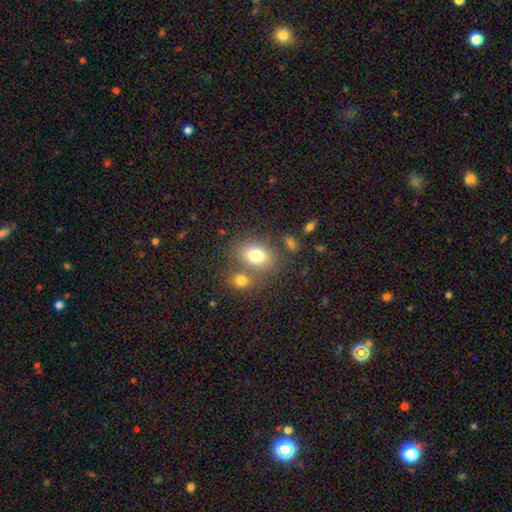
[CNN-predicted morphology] smooth 77%, featured or disk 12%, star or artifact 11%. Down the decision tree: how rounded — in between (60%); merging — none (56%).